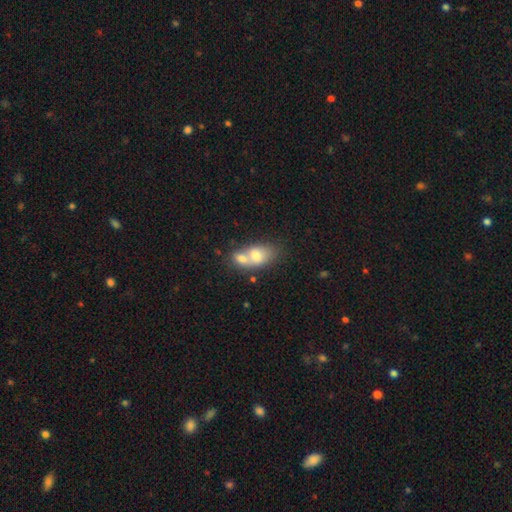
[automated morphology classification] type=smooth (70%); roundness=in between (82%); merging=merger (68%).